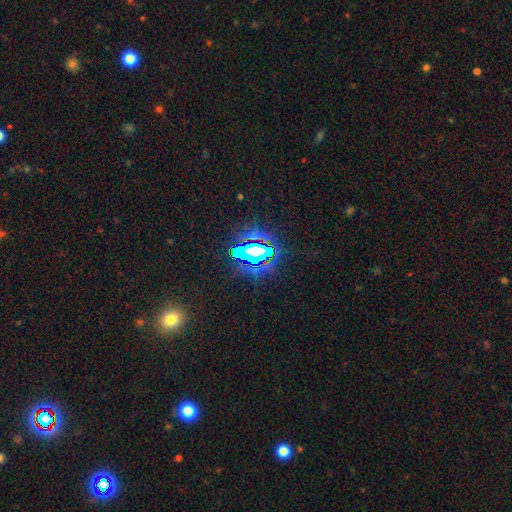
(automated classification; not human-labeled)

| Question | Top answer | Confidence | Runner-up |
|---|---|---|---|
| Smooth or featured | star or artifact | 72% | smooth (15%) |